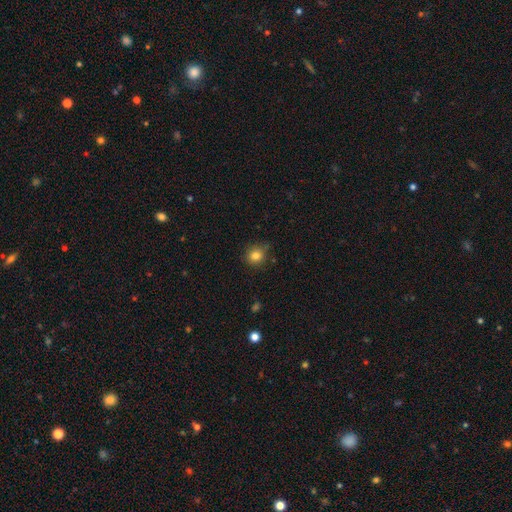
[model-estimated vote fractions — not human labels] A smooth galaxy with no disk features (82%) that is round (85%).

Vote fractions:
- Smooth or featured? smooth: 82% / star or artifact: 12% / featured or disk: 6%
- How rounded? round: 85% / in between: 14% / cigar-shaped: 1%
- Merging? none: 77% / minor disturbance: 18% / major disturbance: 3% / merger: 2%